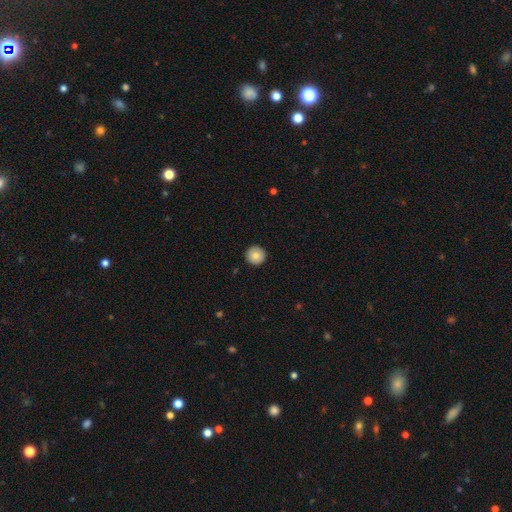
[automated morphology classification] This appears to be a smooth galaxy with no disk features (83%) that is round (96%). Merging: none (93%).